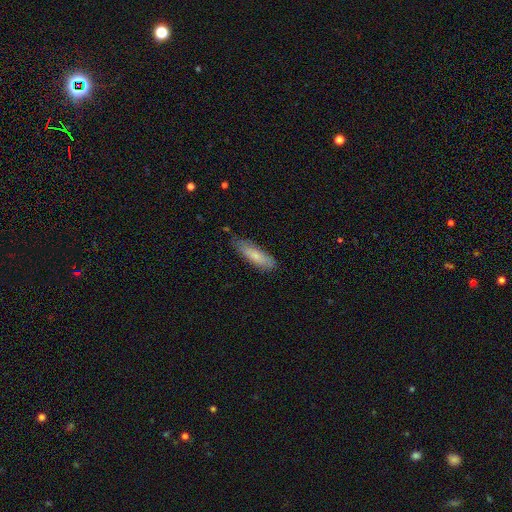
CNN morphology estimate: smooth_or_featured: smooth (p=0.74) [alt: featured or disk p=0.20]
how_rounded: cigar-shaped (p=0.54) [alt: in between p=0.44]
merging: none (p=0.67) [alt: minor disturbance p=0.27]